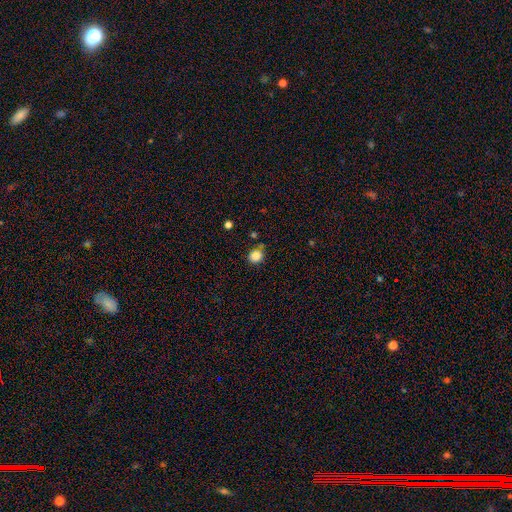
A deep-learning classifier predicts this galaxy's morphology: Smooth or featured? Predicted: smooth (p=0.85). How rounded? Predicted: round (p=0.88). Merging? Predicted: none (p=0.82).